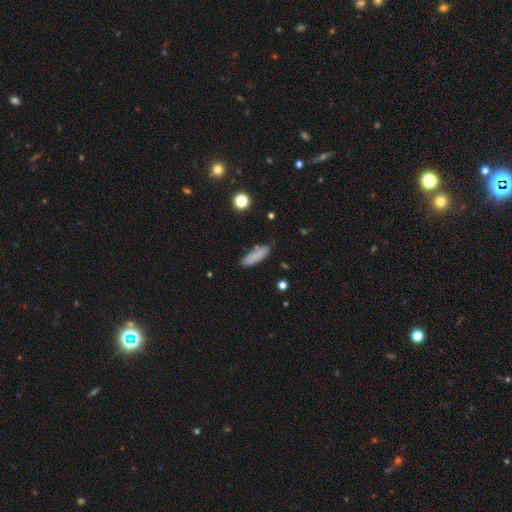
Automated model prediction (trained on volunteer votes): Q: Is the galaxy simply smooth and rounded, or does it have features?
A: smooth — 82%.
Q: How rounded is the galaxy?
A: cigar-shaped — 59%.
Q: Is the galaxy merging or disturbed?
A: none — 78%.